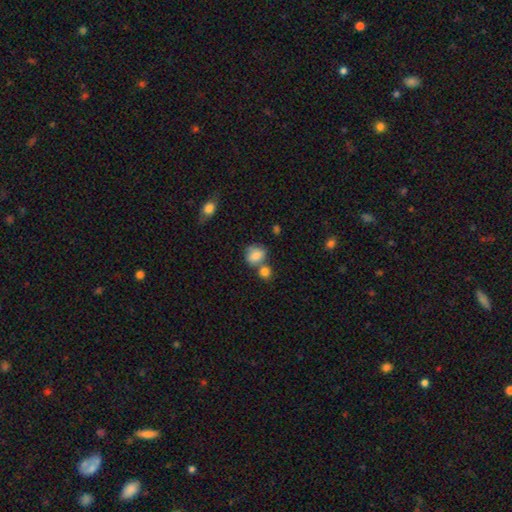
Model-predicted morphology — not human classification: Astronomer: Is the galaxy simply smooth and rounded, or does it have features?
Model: smooth — 81%.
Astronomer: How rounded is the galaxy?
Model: round — 55% (runner-up: in between, 44%).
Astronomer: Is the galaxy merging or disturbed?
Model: none — 48% (runner-up: merger, 30%).